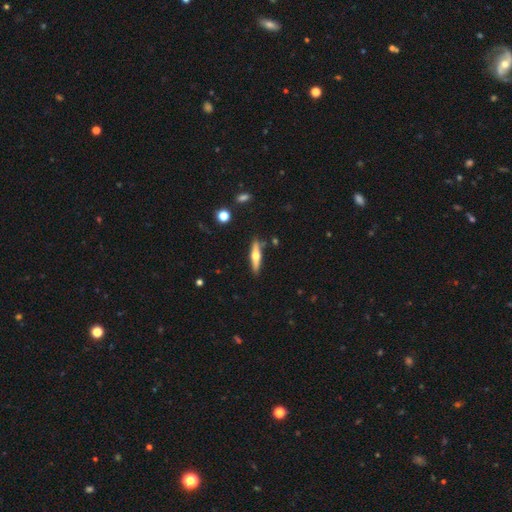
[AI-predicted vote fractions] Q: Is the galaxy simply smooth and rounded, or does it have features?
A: featured or disk — 57%.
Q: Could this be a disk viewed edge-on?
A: yes — 95%.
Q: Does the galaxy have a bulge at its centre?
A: rounded — 93%.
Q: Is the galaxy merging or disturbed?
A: none — 86%.